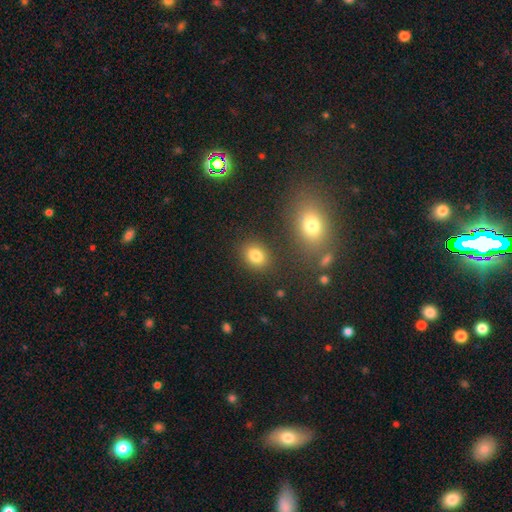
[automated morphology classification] Q: Smooth or featured?
A: smooth (82%); runner-up: star or artifact (11%)
Q: How rounded?
A: in between (53%); runner-up: round (46%)
Q: Merging?
A: none (84%); runner-up: minor disturbance (9%)